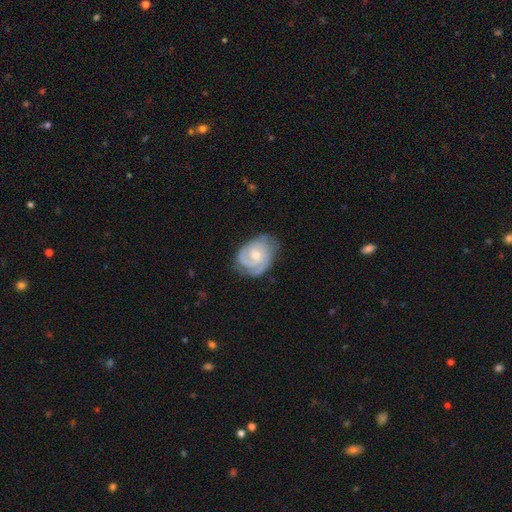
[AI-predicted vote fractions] Morphology: type=featured or disk (77%); edge-on=no (98%); bar=no (61%); spiral arms=yes (94%); winding=tight (53%); arm count=2 (43%); bulge=moderate (51%); merging=none (65%).